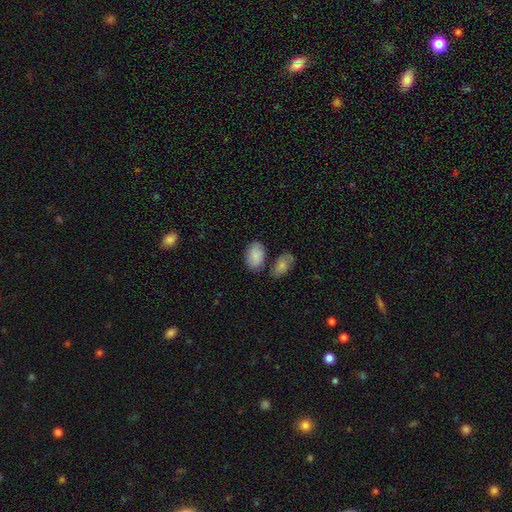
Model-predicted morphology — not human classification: This appears to be a smooth galaxy with no disk features (85%) that is in between round and cigar-shaped (91%). Merging: none (62%).